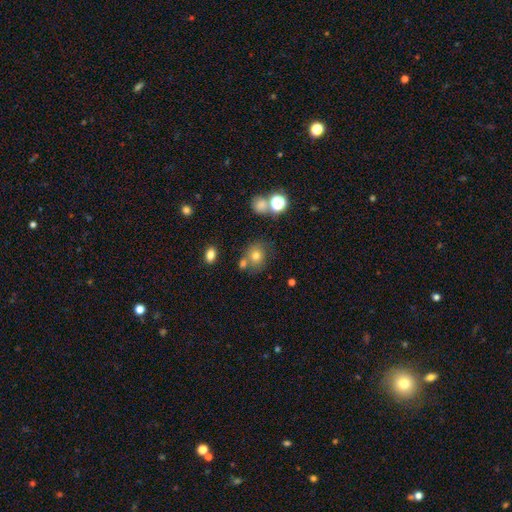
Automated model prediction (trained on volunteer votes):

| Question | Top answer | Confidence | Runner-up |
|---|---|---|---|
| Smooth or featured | smooth | 71% | star or artifact (16%) |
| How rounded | round | 76% | in between (23%) |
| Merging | none | 62% | merger (19%) |